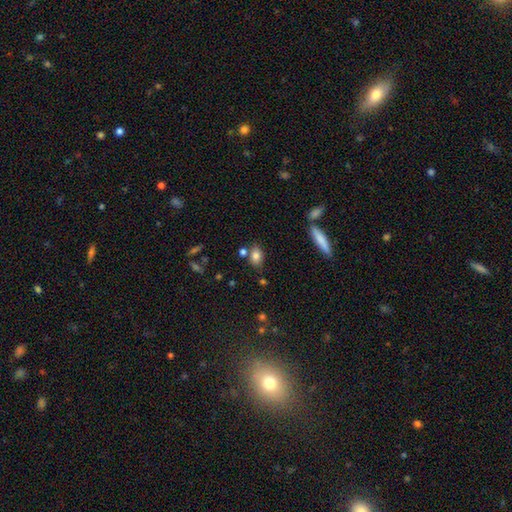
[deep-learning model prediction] Overall: smooth (80%). How rounded: in between (75%). Merging: none (70%).